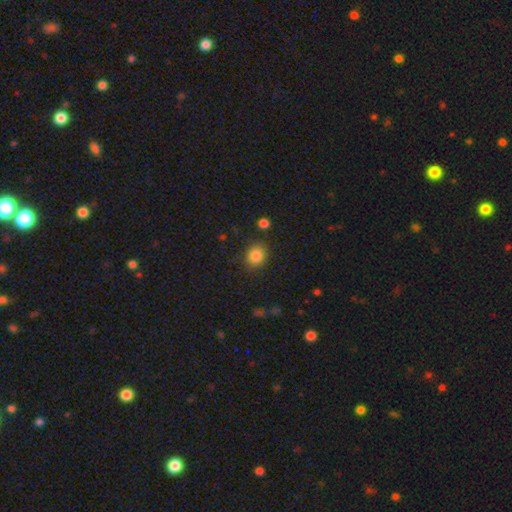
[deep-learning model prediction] A smooth galaxy with no disk features (85%) that is round (70%). Merging: none (82%).